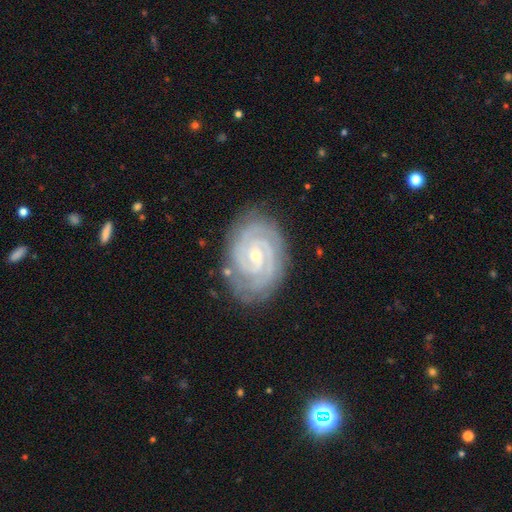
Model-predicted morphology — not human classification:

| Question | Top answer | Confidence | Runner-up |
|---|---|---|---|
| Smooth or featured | featured or disk | 92% | star or artifact (5%) |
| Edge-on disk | no | 98% | yes (2%) |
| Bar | no | 50% | weak (37%) |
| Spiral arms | yes | 99% | no (1%) |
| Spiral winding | tight | 80% | medium (18%) |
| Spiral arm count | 2 | 60% | 3 (21%) |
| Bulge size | small | 65% | moderate (32%) |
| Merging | none | 82% | minor disturbance (14%) |